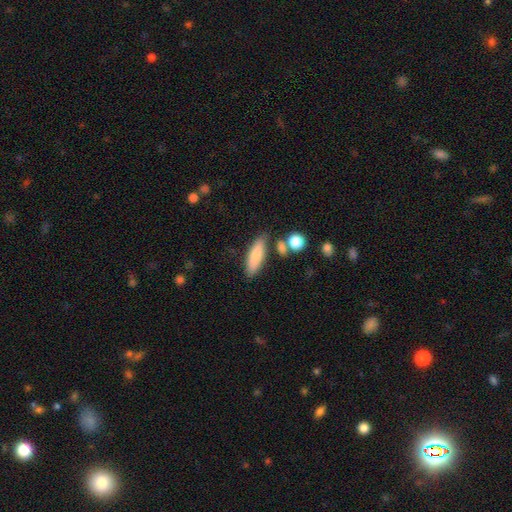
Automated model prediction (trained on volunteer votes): The model was most divided on "how rounded": cigar-shaped: 56%, in between: 42%, round: 3%. More confident: smooth or featured — smooth (81%); merging — none (76%).